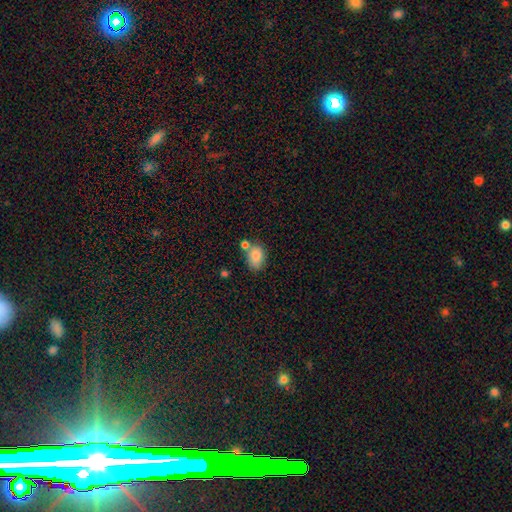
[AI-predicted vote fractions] Smooth or featured: smooth — 83% (star or artifact — 9%)
How rounded: in between — 75% (round — 24%)
Merging: none — 61% (merger — 18%)